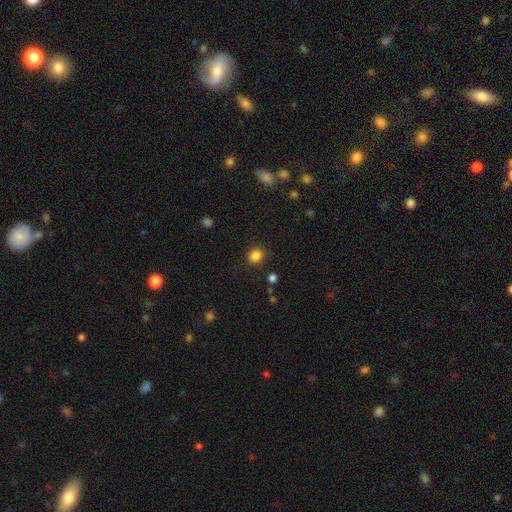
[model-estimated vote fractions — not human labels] The model was most divided on "how rounded": round: 70%, in between: 29%, cigar-shaped: 1%. More confident: merging — none (86%); smooth or featured — smooth (85%).